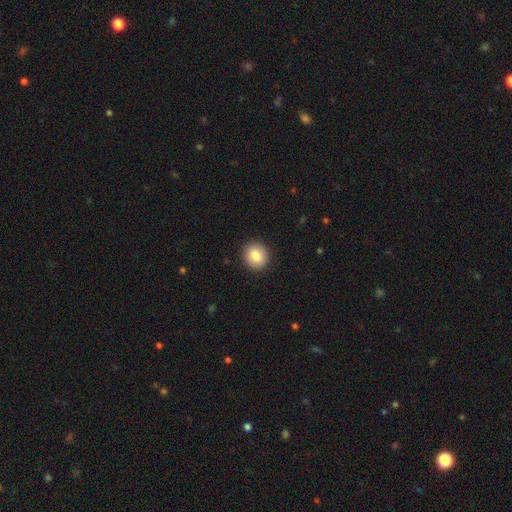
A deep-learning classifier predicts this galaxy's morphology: Smooth or featured? Predicted: smooth (p=0.84). How rounded? Predicted: round (p=0.80). Merging? Predicted: none (p=0.91).